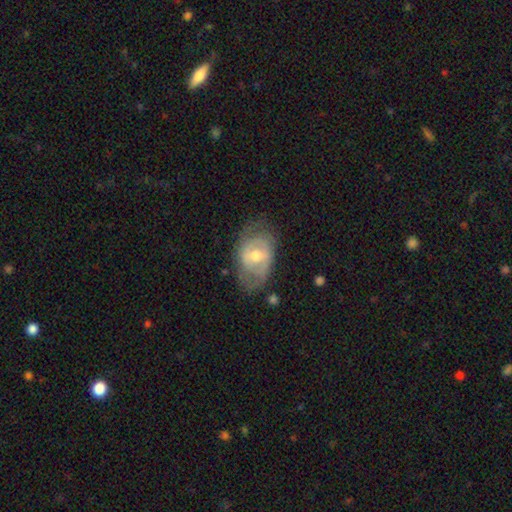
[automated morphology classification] A featured or disk galaxy (64%) with a weak bar (46%), spiral arms (65%) and a moderate central bulge (68%).

Vote fractions:
- Smooth or featured? featured or disk: 64% / smooth: 30% / star or artifact: 6%
- Edge-on disk? no: 95% / yes: 5%
- Bar? weak: 46% / no: 39% / strong: 15%
- Spiral arms? yes: 65% / no: 35%
- Bulge size? moderate: 68% / small: 25% / large: 4% / none: 1% / dominant: 1%
- Merging? none: 58% / minor disturbance: 26% / major disturbance: 13% / merger: 2%